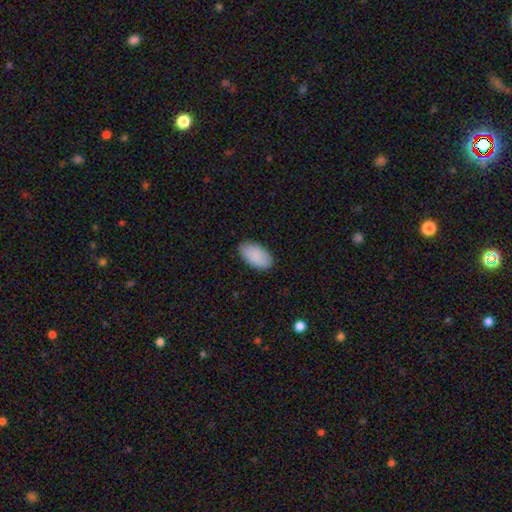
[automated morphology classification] This appears to be a smooth galaxy with no disk features (89%) that is in between round and cigar-shaped (96%). Merging: none (86%).